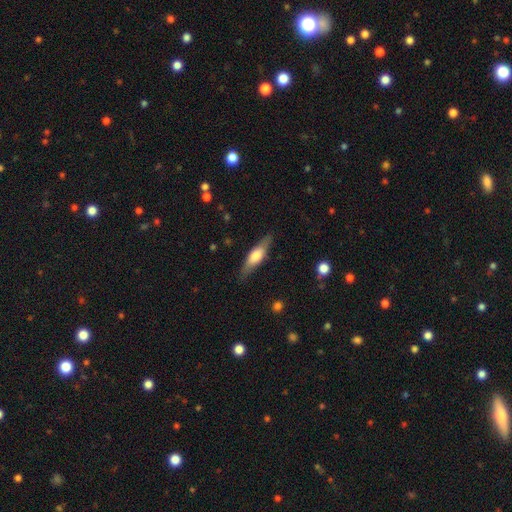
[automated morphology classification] The model was most divided on "smooth or featured": smooth: 50%, featured or disk: 45%, star or artifact: 6%. More confident: merging — none (84%).